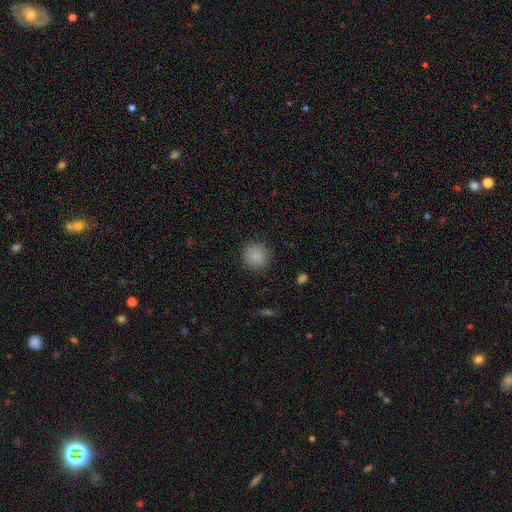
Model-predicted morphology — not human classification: This is clearly a smooth galaxy (87%). How rounded: clearly round (94%). Merging: clearly none (91%).